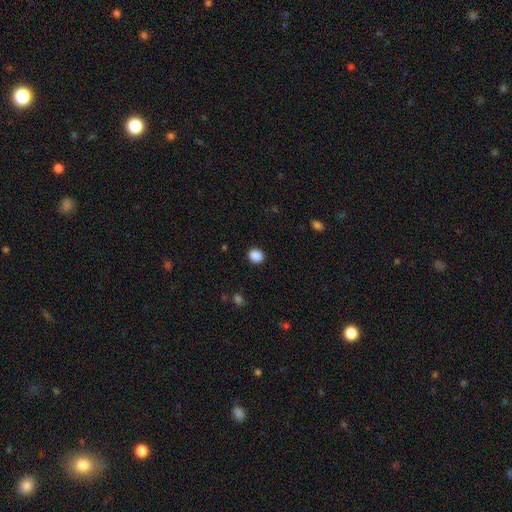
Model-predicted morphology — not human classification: This is clearly a smooth galaxy (88%). How rounded: likely round (71%). Merging: clearly none (90%).